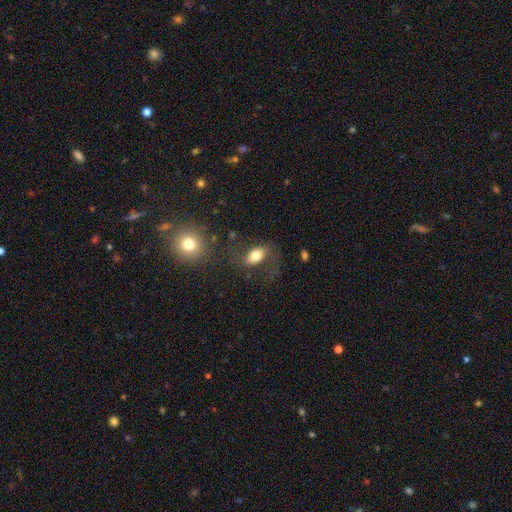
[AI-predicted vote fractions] Smooth or featured? Predicted: smooth (p=0.69). How rounded? Predicted: in between (p=0.87). Merging? Predicted: none (p=0.60).